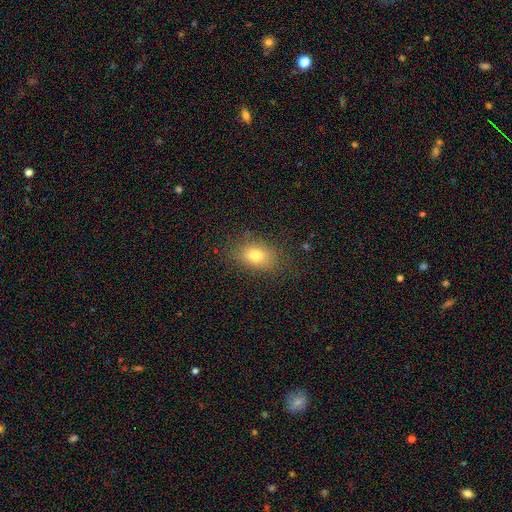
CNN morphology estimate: Smooth or featured? Predicted: smooth (p=0.78). How rounded? Predicted: in between (p=0.79). Merging? Predicted: none (p=0.79).